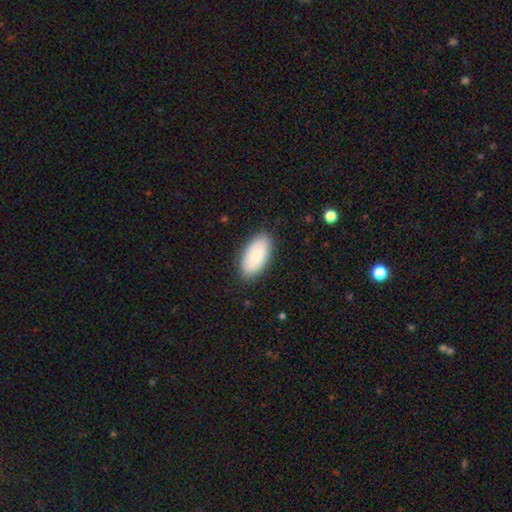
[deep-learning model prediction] smooth-or-featured: smooth: 88% | featured or disk: 7% | star or artifact: 6%
  how-rounded: in between: 95% | cigar-shaped: 3% | round: 2%
  merging: none: 86% | minor disturbance: 10% | major disturbance: 2% | merger: 1%